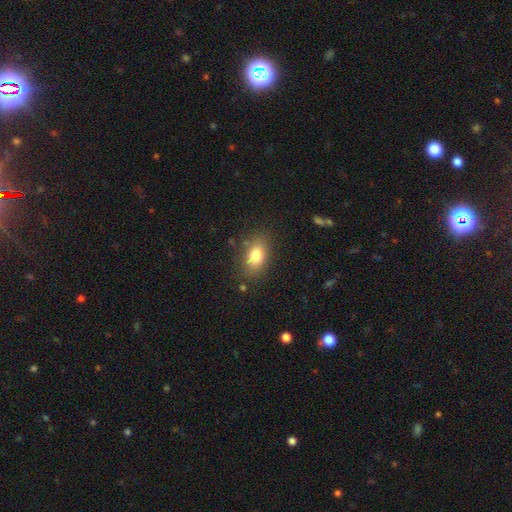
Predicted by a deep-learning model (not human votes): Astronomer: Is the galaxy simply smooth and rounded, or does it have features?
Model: smooth — 79%.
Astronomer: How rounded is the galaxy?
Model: in between — 83%.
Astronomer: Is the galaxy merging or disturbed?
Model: none — 82%.